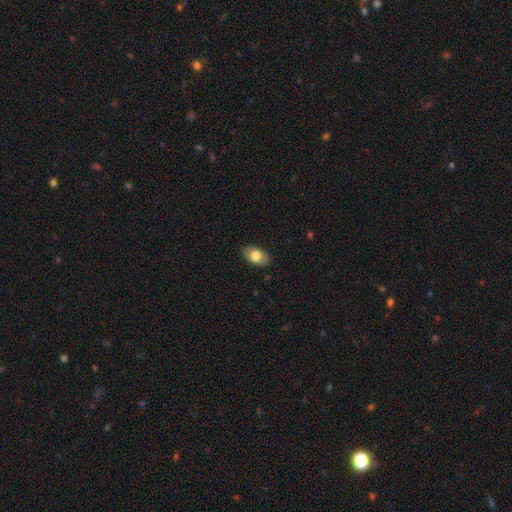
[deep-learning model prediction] A smooth galaxy with no disk features (77%) that is in between round and cigar-shaped (91%). Merging: none (85%).